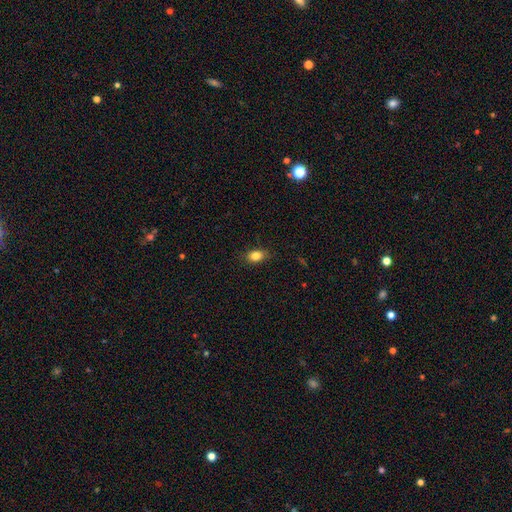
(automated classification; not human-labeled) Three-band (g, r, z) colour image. It shows a smooth galaxy with no disk features (84%) that is in between round and cigar-shaped (80%). Merging: none (83%).